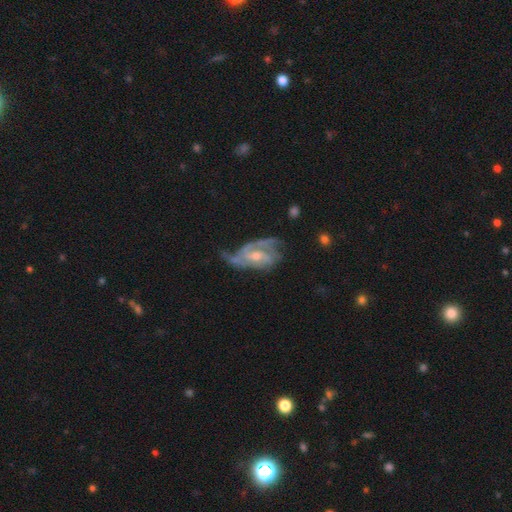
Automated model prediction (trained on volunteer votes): smooth-or-featured: featured or disk: 86% | smooth: 8% | star or artifact: 6%
  disk-edge-on: no: 96% | yes: 4%
    bar: no: 45% | weak: 41% | strong: 14%
    has-spiral-arms: yes: 94% | no: 6%
      spiral-winding: medium: 45% | tight: 38% | loose: 17%
      spiral-arm-count: 2: 40% | 3: 29% | can't tell: 17% | 4: 5% | 1: 5% | more than 4: 4%
    bulge-size: small: 48% | moderate: 47% | none: 2% | large: 2% | dominant: 1%
  merging: none: 47% | minor disturbance: 27% | major disturbance: 22% | merger: 3%